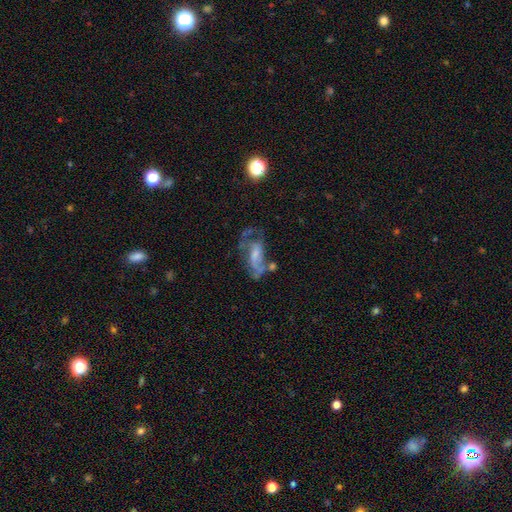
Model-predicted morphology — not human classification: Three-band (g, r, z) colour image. It shows a featured or disk galaxy (68%) with no bar (45%), spiral arms (73%) and a small central bulge (37%). Merging: none (34%).